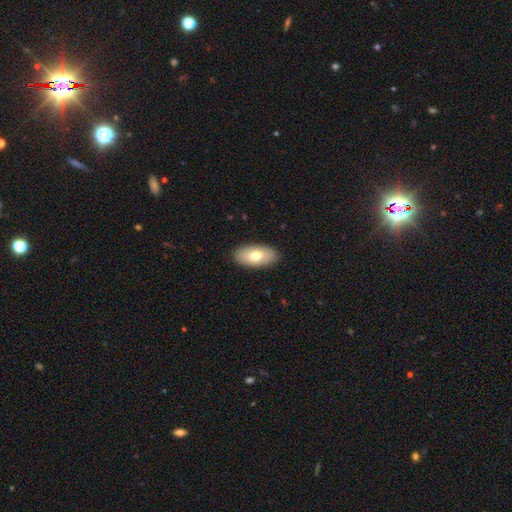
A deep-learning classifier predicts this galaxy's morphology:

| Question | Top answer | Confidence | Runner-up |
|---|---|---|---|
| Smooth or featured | smooth | 72% | featured or disk (22%) |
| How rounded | in between | 93% | cigar-shaped (4%) |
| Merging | none | 88% | minor disturbance (9%) |